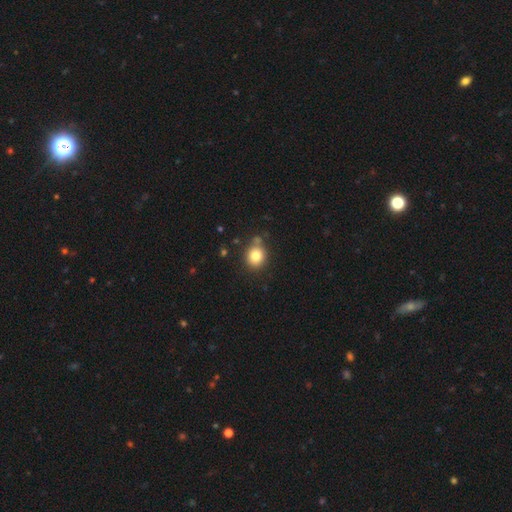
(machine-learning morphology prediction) A smooth galaxy with no disk features (81%) that is round (75%).

Vote fractions:
- Smooth or featured? smooth: 81% / star or artifact: 11% / featured or disk: 8%
- How rounded? round: 75% / in between: 25% / cigar-shaped: 1%
- Merging? none: 75% / minor disturbance: 13% / merger: 8% / major disturbance: 4%